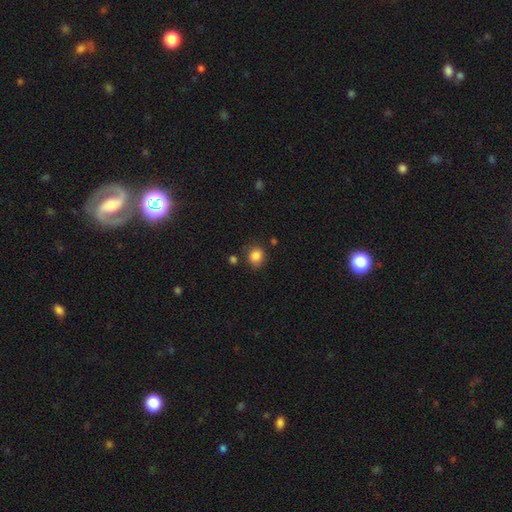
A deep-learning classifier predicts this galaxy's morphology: smooth_or_featured: smooth (p=0.85) [alt: star or artifact p=0.10]
how_rounded: round (p=0.76) [alt: in between p=0.23]
merging: none (p=0.77) [alt: minor disturbance p=0.15]